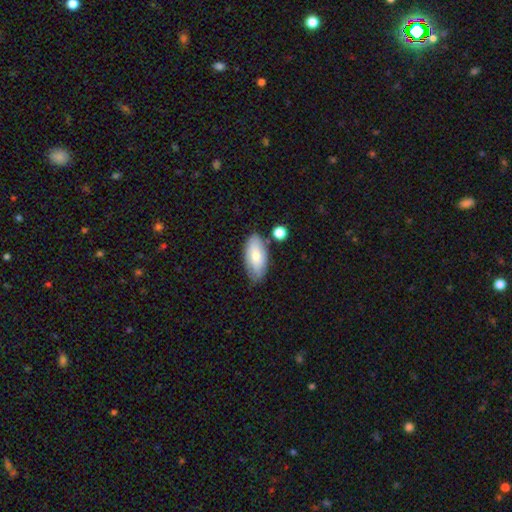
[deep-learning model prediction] This is likely a smooth galaxy (66%). How rounded: clearly in between (91%). Merging: likely none (71%).